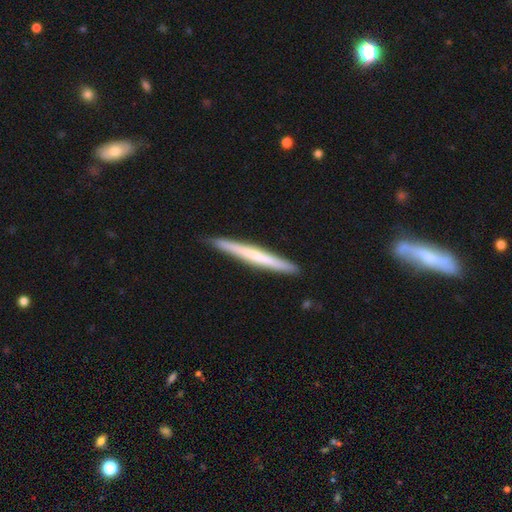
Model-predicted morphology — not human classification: smooth-or-featured: smooth: 52% | featured or disk: 43% | star or artifact: 5%
  how-rounded: cigar-shaped: 97% | in between: 2% | round: 1%
  merging: none: 91% | minor disturbance: 7% | major disturbance: 1% | merger: 1%